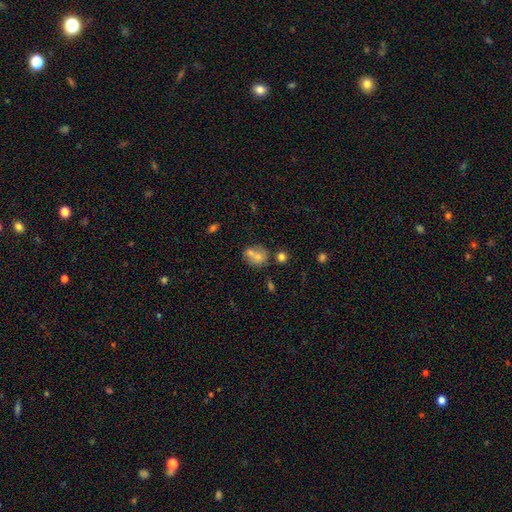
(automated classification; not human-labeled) smooth-or-featured: smooth: 70% | featured or disk: 18% | star or artifact: 12%
  how-rounded: round: 52% | in between: 46% | cigar-shaped: 2%
  merging: merger: 47% | none: 36% | minor disturbance: 12% | major disturbance: 5%